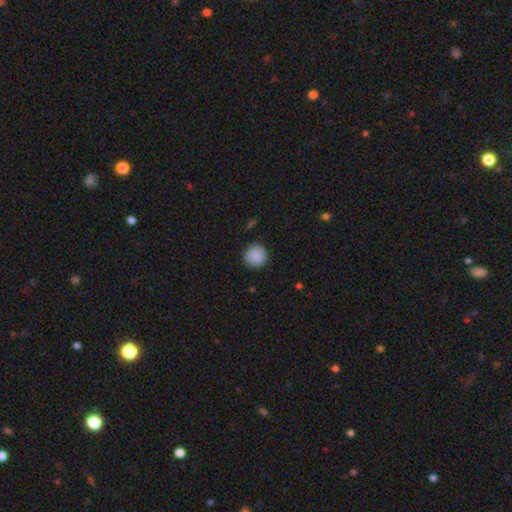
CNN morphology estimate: smooth 89%, star or artifact 8%, featured or disk 3%. Down the decision tree: how rounded — round (94%); merging — none (90%).